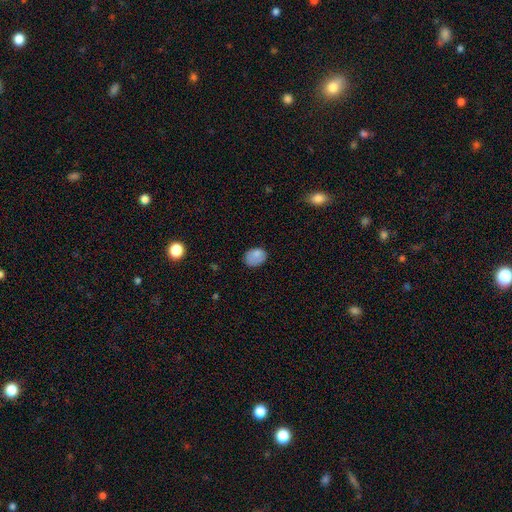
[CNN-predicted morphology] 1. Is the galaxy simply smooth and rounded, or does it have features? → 81% smooth, 10% featured or disk, 9% star or artifact.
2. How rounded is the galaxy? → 65% in between, 34% round, 1% cigar-shaped.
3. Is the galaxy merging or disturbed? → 65% none, 25% minor disturbance, 8% major disturbance, 2% merger.